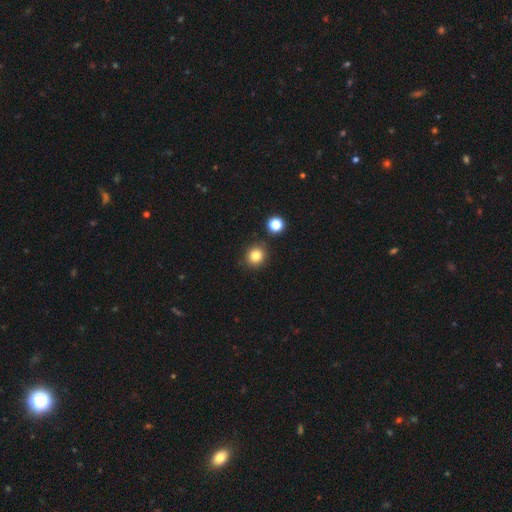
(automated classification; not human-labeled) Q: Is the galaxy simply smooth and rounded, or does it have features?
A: smooth — 83%.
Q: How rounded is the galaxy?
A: round — 87%.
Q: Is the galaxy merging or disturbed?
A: none — 85%.